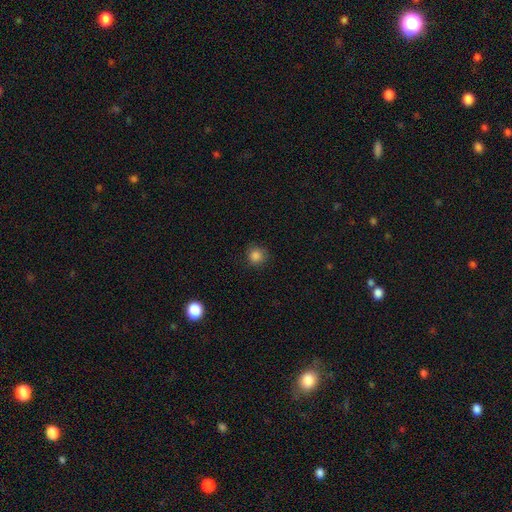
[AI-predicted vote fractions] smooth_or_featured: smooth (p=0.85) [alt: star or artifact p=0.12]
how_rounded: round (p=0.93) [alt: in between p=0.07]
merging: none (p=0.85) [alt: minor disturbance p=0.11]